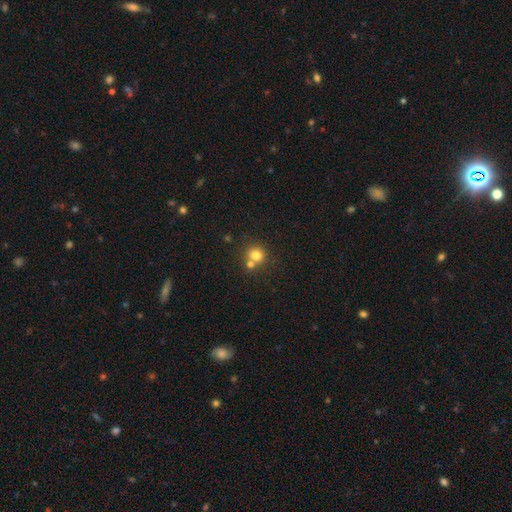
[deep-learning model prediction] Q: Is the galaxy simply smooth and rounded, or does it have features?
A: smooth — 77%.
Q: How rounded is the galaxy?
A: round — 88%.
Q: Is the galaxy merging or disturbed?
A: none — 53%.